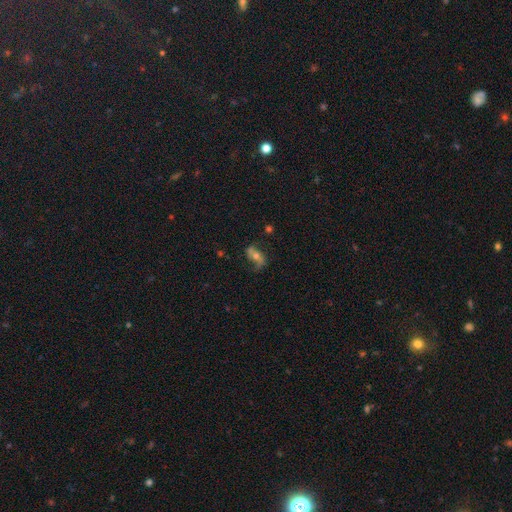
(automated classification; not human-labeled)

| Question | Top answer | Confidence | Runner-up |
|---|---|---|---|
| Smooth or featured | featured or disk | 63% | smooth (24%) |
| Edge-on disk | no | 92% | yes (8%) |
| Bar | no | 59% | weak (26%) |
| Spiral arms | yes | 84% | no (16%) |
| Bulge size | moderate | 58% | small (33%) |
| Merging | none | 63% | minor disturbance (20%) |